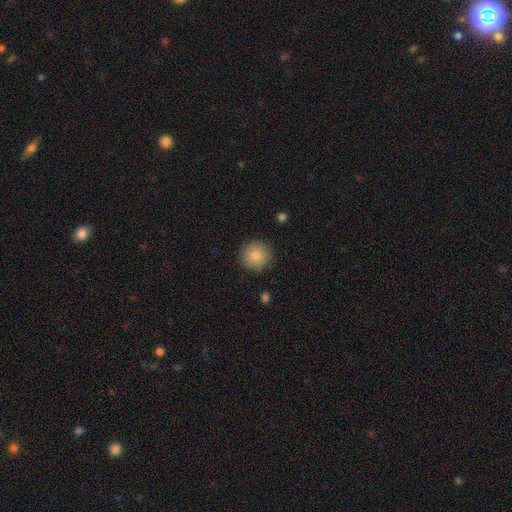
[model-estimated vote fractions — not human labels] Smooth or featured: smooth — 84% (star or artifact — 8%)
How rounded: round — 95% (in between — 4%)
Merging: none — 87% (minor disturbance — 9%)